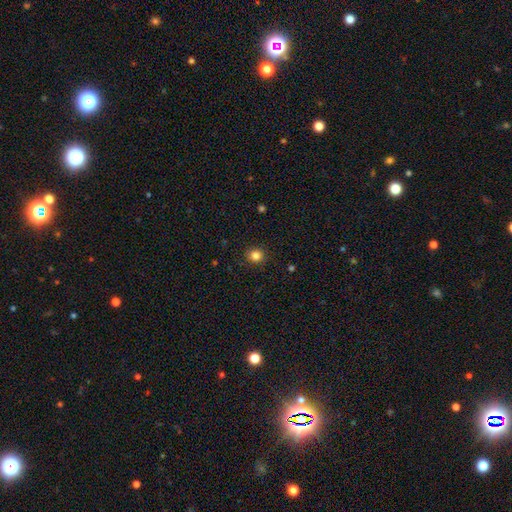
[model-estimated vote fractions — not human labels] Smooth or featured: smooth — 84% (star or artifact — 12%)
How rounded: round — 89% (in between — 10%)
Merging: none — 91% (minor disturbance — 6%)